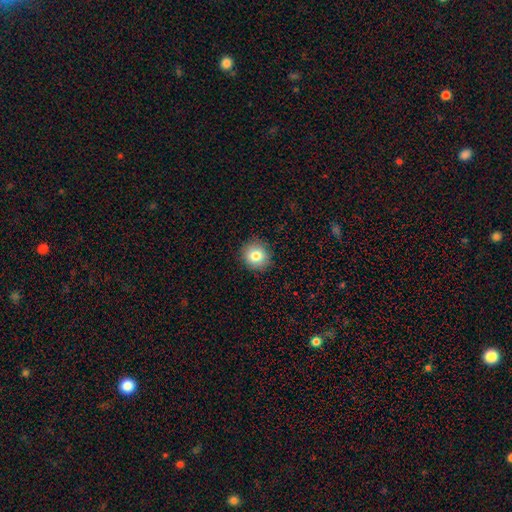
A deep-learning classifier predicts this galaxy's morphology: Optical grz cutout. It shows a smooth galaxy with no disk features (81%) that is round (89%). Merging: none (90%).